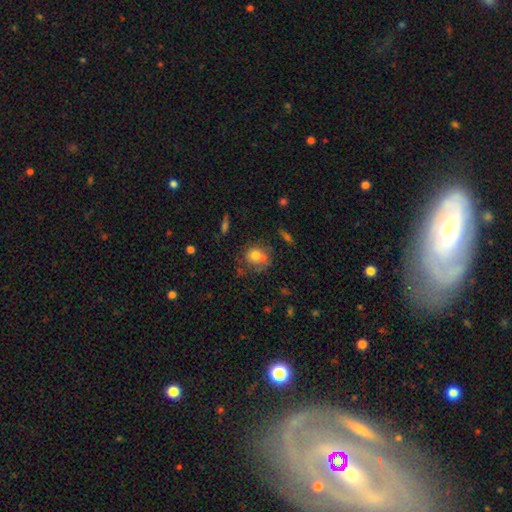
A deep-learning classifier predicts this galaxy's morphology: Smooth or featured?
  - smooth: 71% *
  - featured or disk: 19%
  - star or artifact: 10%
How rounded?
  - round: 67% *
  - in between: 32%
  - cigar-shaped: 1%
Merging?
  - none: 53% *
  - minor disturbance: 25%
  - major disturbance: 14%
  - merger: 7%